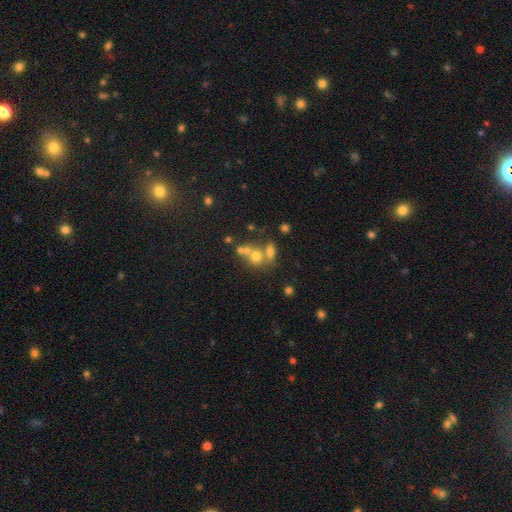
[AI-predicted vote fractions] Morphology: type=smooth (56%); roundness=round (64%); merging=merger (51%).